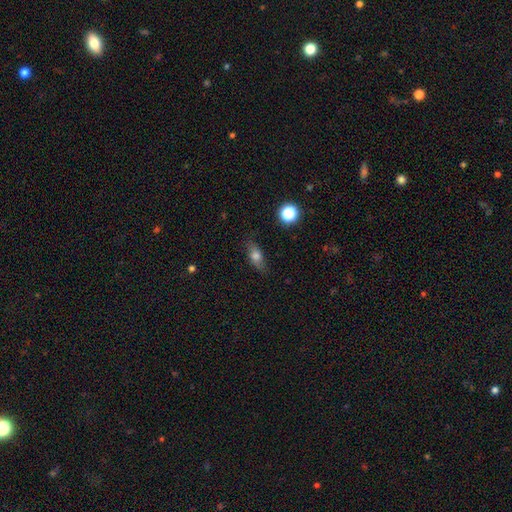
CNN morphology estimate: Q: Smooth or featured?
A: smooth (69%); runner-up: featured or disk (21%)
Q: How rounded?
A: in between (71%); runner-up: cigar-shaped (19%)
Q: Merging?
A: none (79%); runner-up: minor disturbance (15%)